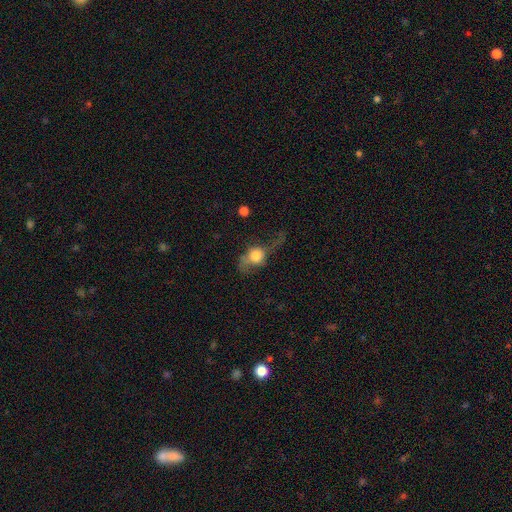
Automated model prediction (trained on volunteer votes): A smooth galaxy with no disk features (57%) that is round (61%).

Vote fractions:
- Smooth or featured? smooth: 57% / featured or disk: 33% / star or artifact: 10%
- How rounded? round: 61% / in between: 36% / cigar-shaped: 3%
- Merging? major disturbance: 47% / none: 28% / minor disturbance: 20% / merger: 4%